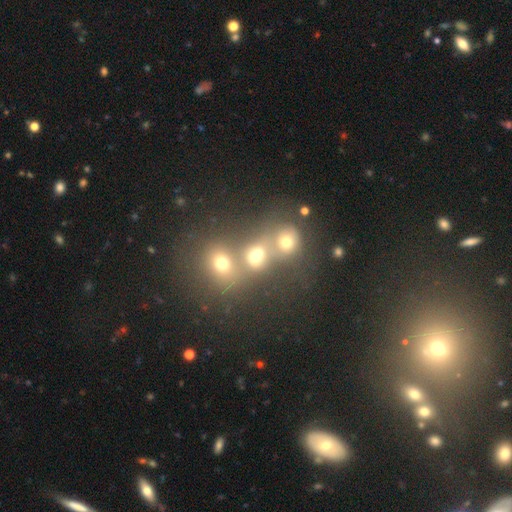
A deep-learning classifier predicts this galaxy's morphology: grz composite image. It shows a smooth galaxy with no disk features (49%). Merging: merger (52%).